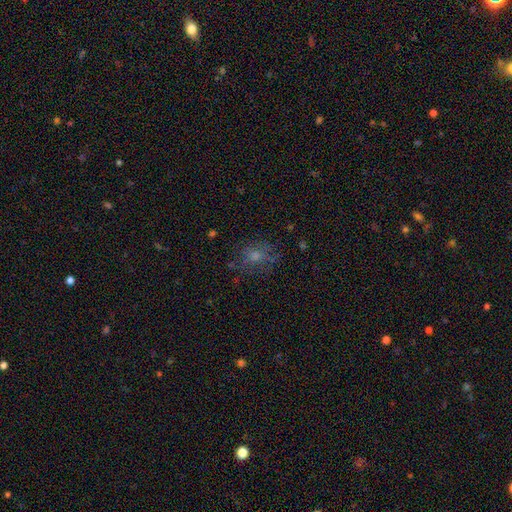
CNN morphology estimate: Smooth or featured: smooth — 63% (featured or disk — 19%)
How rounded: round — 61% (in between — 38%)
Merging: none — 67% (minor disturbance — 19%)